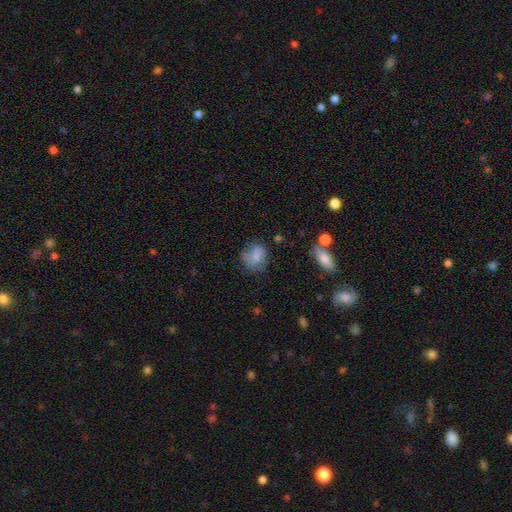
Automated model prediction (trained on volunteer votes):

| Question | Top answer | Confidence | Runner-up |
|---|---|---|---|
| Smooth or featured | smooth | 76% | featured or disk (15%) |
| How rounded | round | 55% | in between (44%) |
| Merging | none | 61% | minor disturbance (25%) |